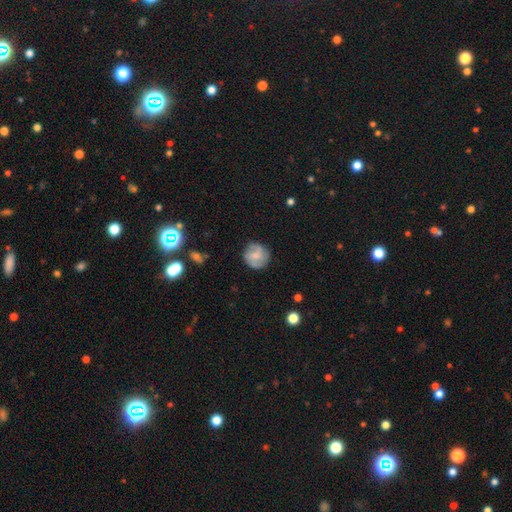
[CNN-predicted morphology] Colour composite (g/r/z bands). It shows a featured or disk galaxy (53%) with no bar (51%), spiral arms (86%) and a small central bulge (44%). Merging: none (78%).